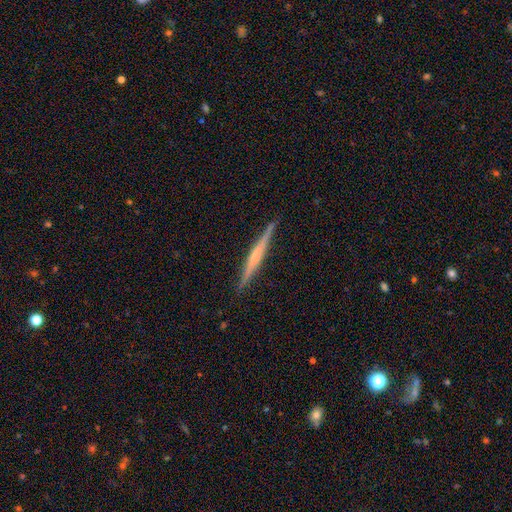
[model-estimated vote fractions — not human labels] Smooth or featured?
  - featured or disk: 66% *
  - smooth: 29%
  - star or artifact: 6%
Edge-on disk?
  - yes: 98% *
  - no: 2%
Edge-on bulge?
  - none: 45% *
  - rounded: 40%
  - boxy: 15%
Merging?
  - none: 91% *
  - minor disturbance: 7%
  - major disturbance: 1%
  - merger: 1%